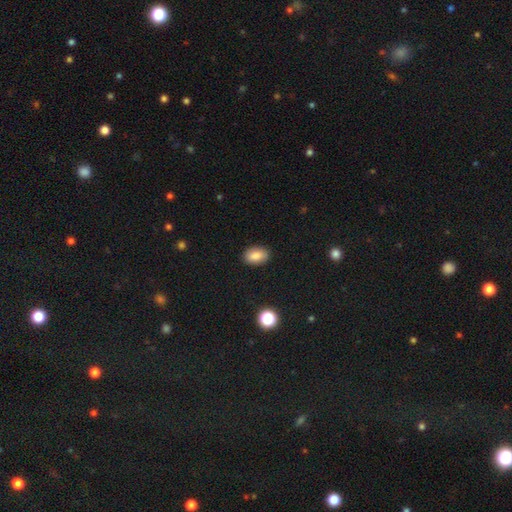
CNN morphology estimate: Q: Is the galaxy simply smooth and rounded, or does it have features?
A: smooth — 86%.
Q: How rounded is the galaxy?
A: in between — 88%.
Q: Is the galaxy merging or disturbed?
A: none — 88%.